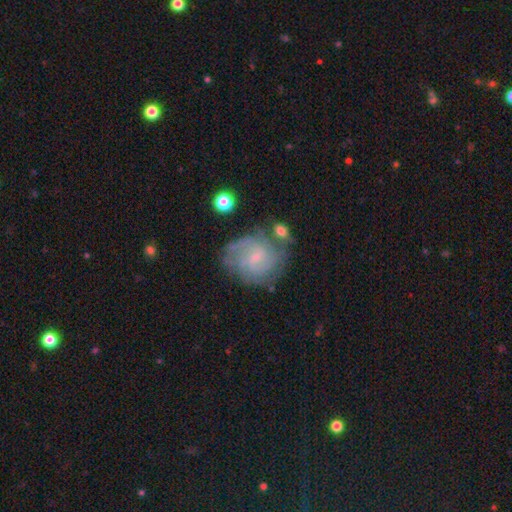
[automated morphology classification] Q: Smooth or featured?
A: featured or disk (72%); runner-up: smooth (20%)
Q: Edge-on disk?
A: no (97%); runner-up: yes (3%)
Q: Bar?
A: weak (51%); runner-up: no (41%)
Q: Spiral arms?
A: yes (89%); runner-up: no (11%)
Q: Spiral winding?
A: tight (50%); runner-up: medium (37%)
Q: Spiral arm count?
A: can't tell (41%); runner-up: 2 (26%)
Q: Bulge size?
A: small (66%); runner-up: moderate (17%)
Q: Merging?
A: none (62%); runner-up: minor disturbance (20%)